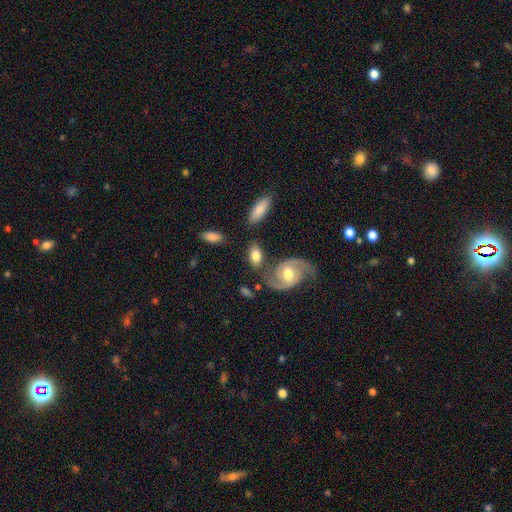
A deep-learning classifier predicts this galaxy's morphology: Overall: smooth (63%; featured or disk 30%). How rounded: in between (86%). Merging: none (61%).